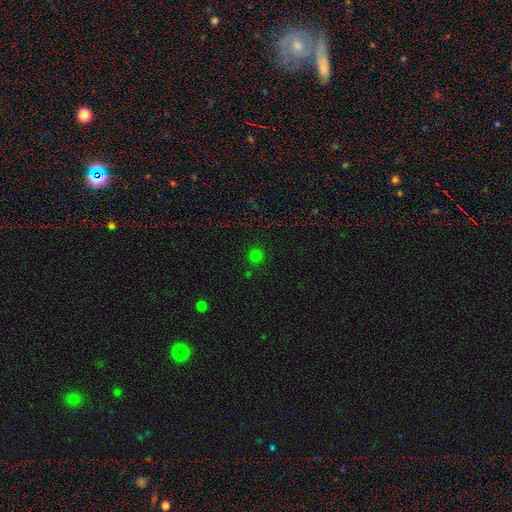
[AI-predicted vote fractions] The model was most divided on "smooth or featured": smooth: 74%, star or artifact: 22%, featured or disk: 4%. More confident: how rounded — round (93%); merging — none (89%).